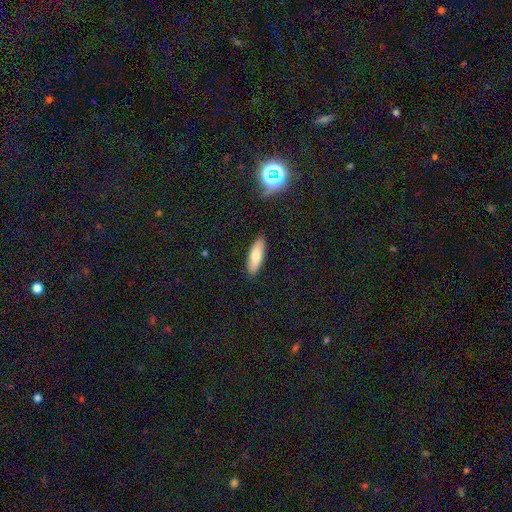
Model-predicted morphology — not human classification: A smooth galaxy with no disk features (76%) that is in between round and cigar-shaped (54%).

Vote fractions:
- Smooth or featured? smooth: 76% / featured or disk: 16% / star or artifact: 7%
- How rounded? in between: 54% / cigar-shaped: 44% / round: 2%
- Merging? none: 89% / minor disturbance: 8% / major disturbance: 2% / merger: 1%